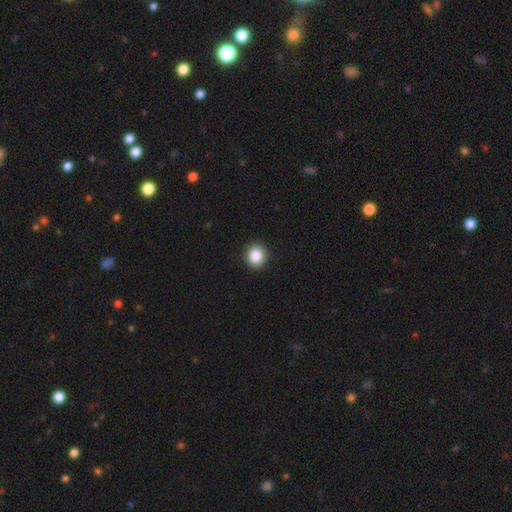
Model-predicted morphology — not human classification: smooth-or-featured: smooth: 87% | star or artifact: 9% | featured or disk: 4%
  how-rounded: round: 81% | in between: 18% | cigar-shaped: 1%
  merging: none: 91% | minor disturbance: 6% | major disturbance: 2% | merger: 1%